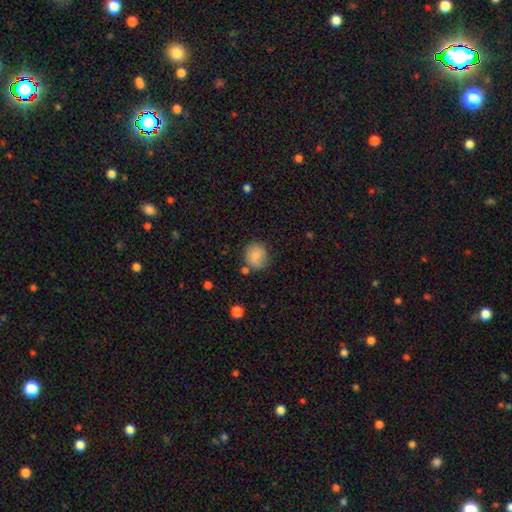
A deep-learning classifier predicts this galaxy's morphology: Overall: smooth (83%). How rounded: round (79%). Merging: none (73%).